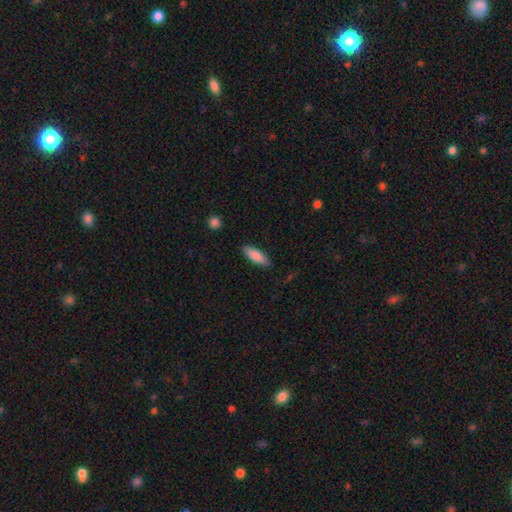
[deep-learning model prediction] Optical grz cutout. It shows a smooth galaxy with no disk features (83%) that is in between round and cigar-shaped (52%). Merging: none (87%).